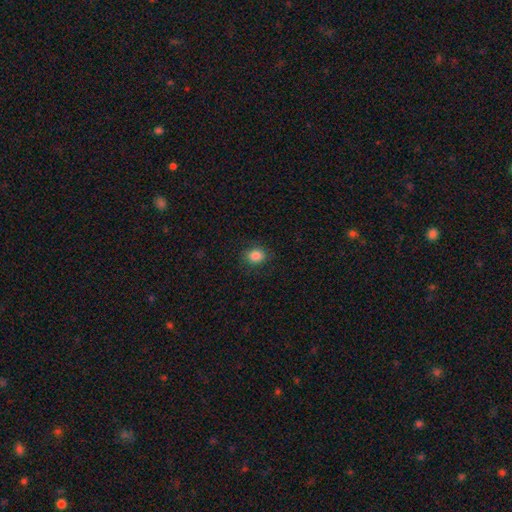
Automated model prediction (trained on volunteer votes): Smooth or featured: smooth — 85% (star or artifact — 10%)
How rounded: round — 65% (in between — 34%)
Merging: none — 86% (minor disturbance — 10%)